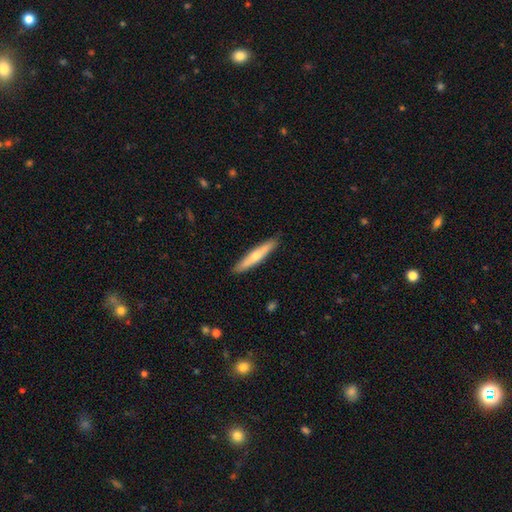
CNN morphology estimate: This is possibly a smooth galaxy (51%). How rounded: clearly cigar-shaped (90%). Merging: clearly none (89%).